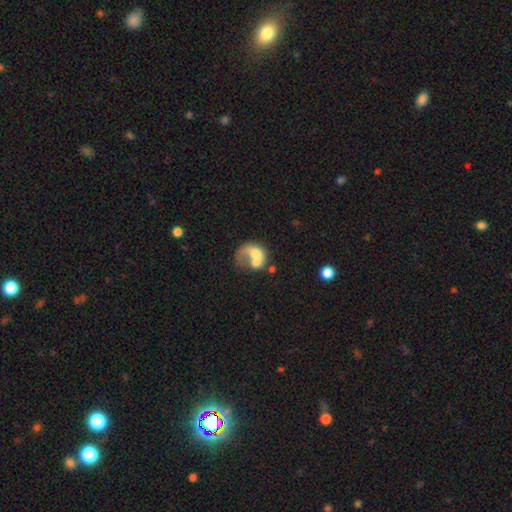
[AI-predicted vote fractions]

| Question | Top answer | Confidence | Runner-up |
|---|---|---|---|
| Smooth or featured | smooth | 47% | featured or disk (44%) |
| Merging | merger | 44% | major disturbance (29%) |